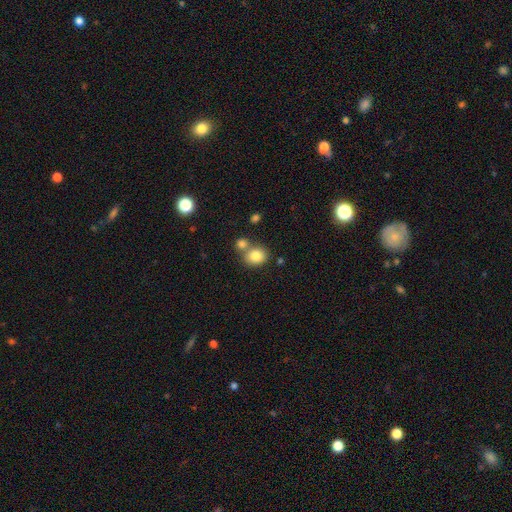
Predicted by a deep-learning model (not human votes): Smooth or featured? smooth (83%)
How rounded? round (63%)
Merging? none (54%)